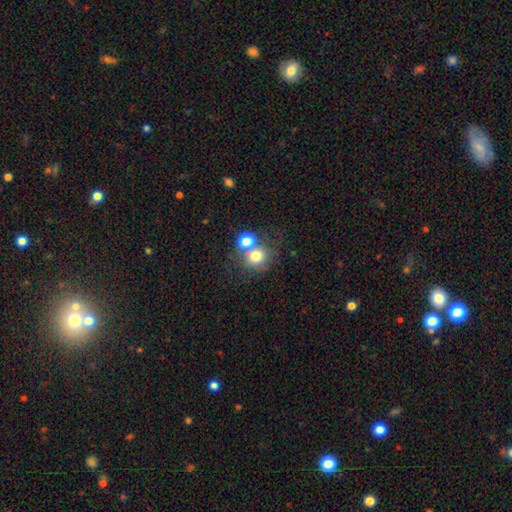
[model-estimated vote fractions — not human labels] Q: Smooth or featured?
A: smooth (73%); runner-up: star or artifact (14%)
Q: How rounded?
A: round (84%); runner-up: in between (15%)
Q: Merging?
A: none (49%); runner-up: merger (38%)